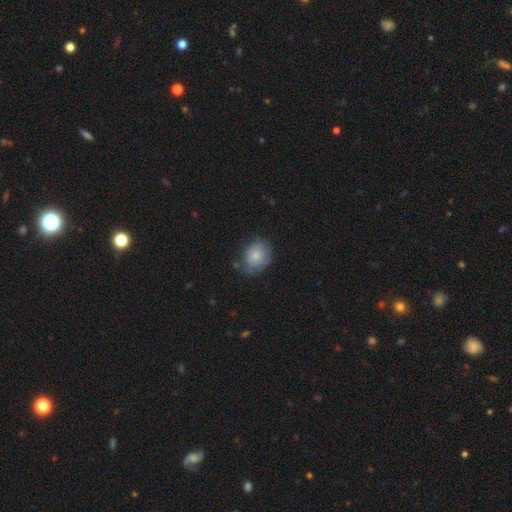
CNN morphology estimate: Smooth or featured: smooth — 78% (featured or disk — 14%)
How rounded: round — 56% (in between — 43%)
Merging: none — 64% (minor disturbance — 26%)